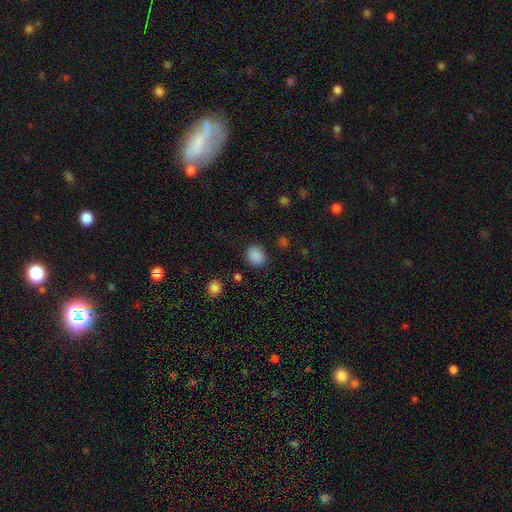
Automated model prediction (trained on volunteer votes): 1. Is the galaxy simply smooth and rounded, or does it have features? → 87% smooth, 10% star or artifact, 3% featured or disk.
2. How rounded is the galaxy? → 62% round, 37% in between, 1% cigar-shaped.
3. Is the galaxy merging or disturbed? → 86% none, 9% minor disturbance, 3% major disturbance, 2% merger.